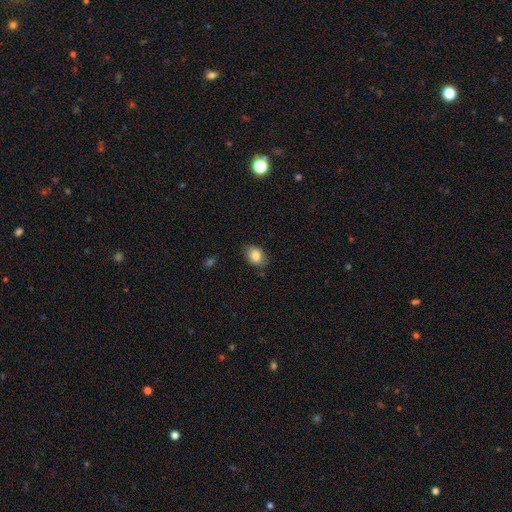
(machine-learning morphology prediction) Q: Smooth or featured?
A: smooth (83%); runner-up: featured or disk (9%)
Q: How rounded?
A: in between (76%); runner-up: round (23%)
Q: Merging?
A: none (78%); runner-up: minor disturbance (17%)